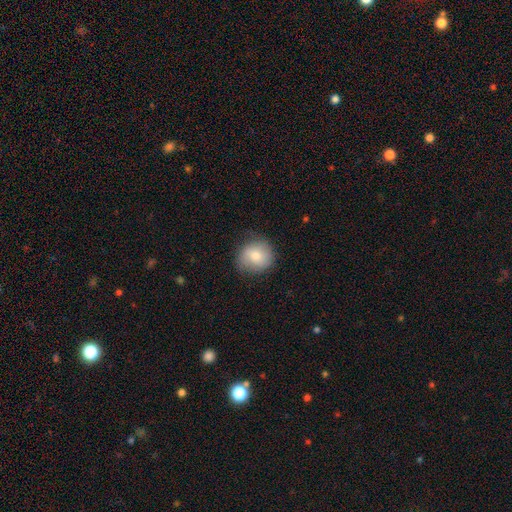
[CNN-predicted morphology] smooth_or_featured: smooth (p=0.75) [alt: featured or disk p=0.17]
how_rounded: round (p=0.84) [alt: in between p=0.15]
merging: none (p=0.77) [alt: minor disturbance p=0.18]